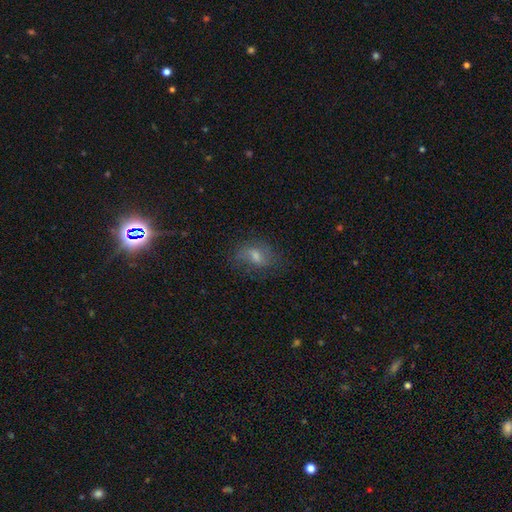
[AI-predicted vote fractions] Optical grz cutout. It shows a featured or disk galaxy (44%). Merging: none (67%).